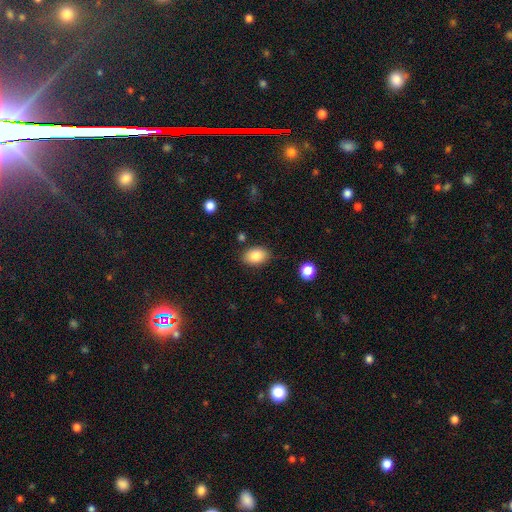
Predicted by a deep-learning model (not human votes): Smooth or featured? Predicted: smooth (p=0.85). How rounded? Predicted: in between (p=0.84). Merging? Predicted: none (p=0.83).